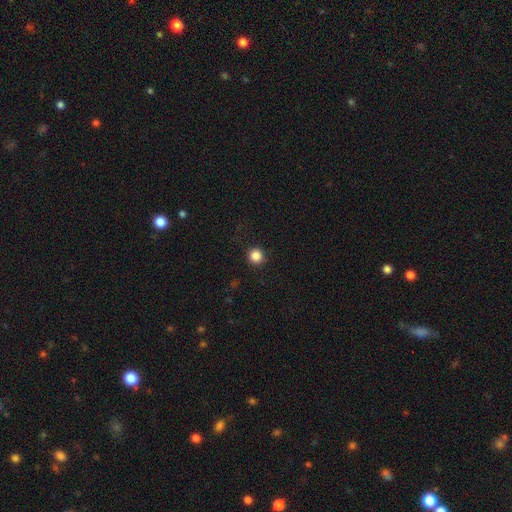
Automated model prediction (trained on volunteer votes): A smooth galaxy with no disk features (86%) that is round (94%).

Vote fractions:
- Smooth or featured? smooth: 86% / star or artifact: 11% / featured or disk: 3%
- How rounded? round: 94% / in between: 5% / cigar-shaped: 1%
- Merging? none: 91% / minor disturbance: 6% / major disturbance: 2% / merger: 1%